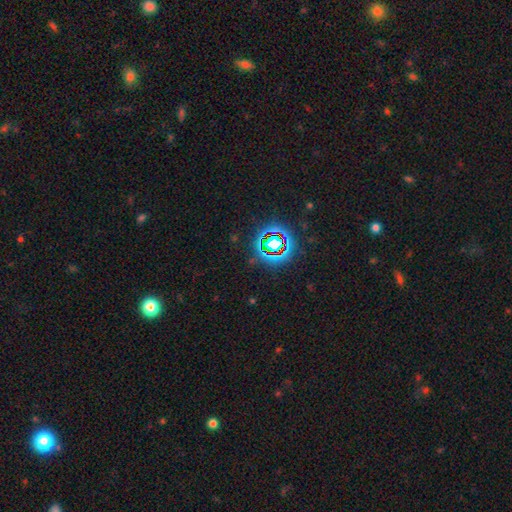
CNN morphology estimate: Q: Smooth or featured?
A: star or artifact (66%); runner-up: smooth (20%)